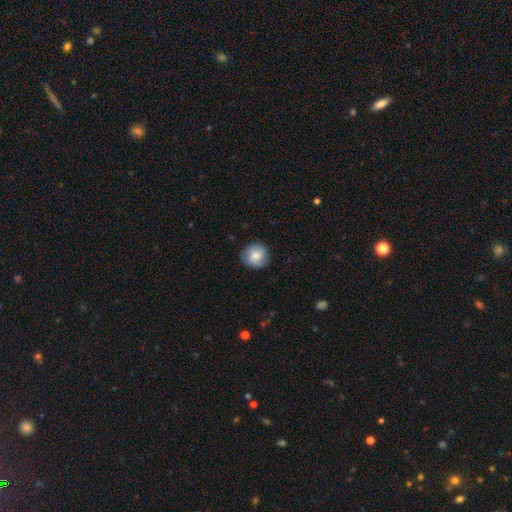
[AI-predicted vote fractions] smooth 75%, featured or disk 18%, star or artifact 7%. Down the decision tree: how rounded — round (88%); merging — none (81%).